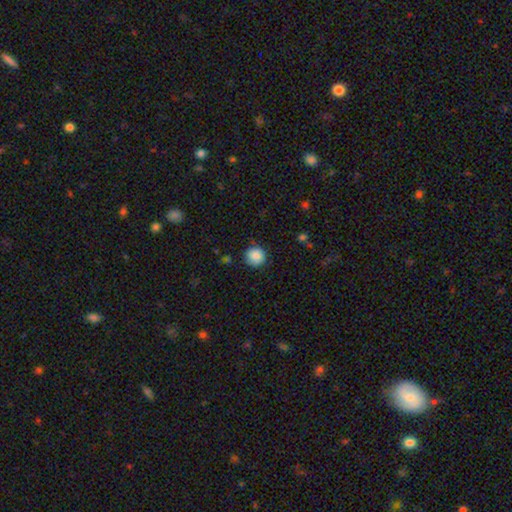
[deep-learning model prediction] Overall: smooth (87%). How rounded: round (92%). Merging: none (81%).